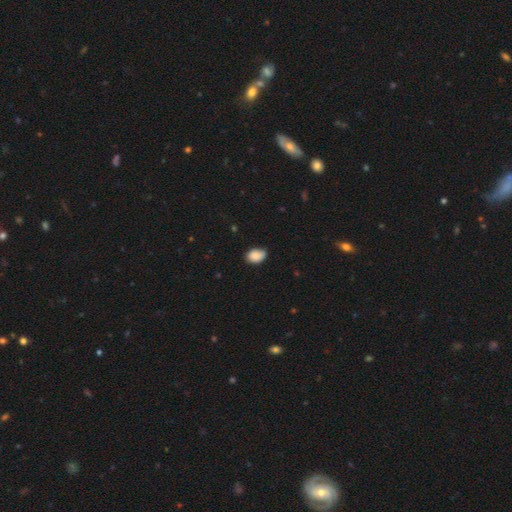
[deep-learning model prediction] A smooth galaxy with no disk features (87%) that is in between round and cigar-shaped (81%). Merging: none (69%).